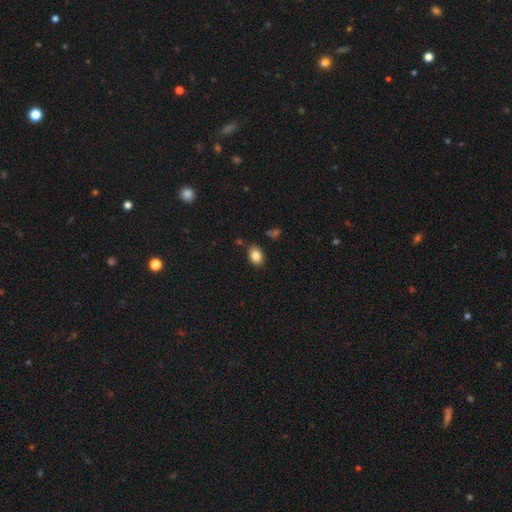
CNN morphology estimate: A smooth galaxy with no disk features (85%) that is in between round and cigar-shaped (82%). Merging: none (85%).